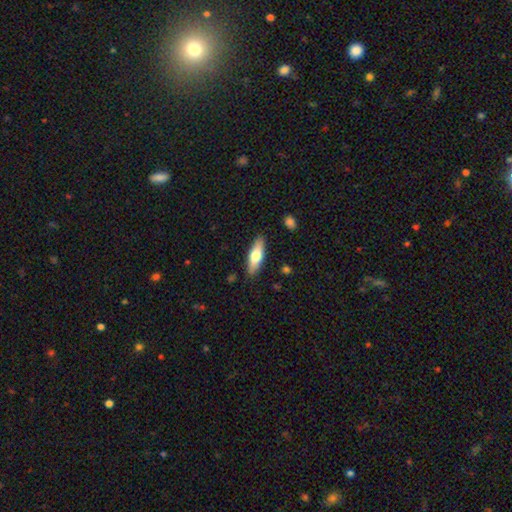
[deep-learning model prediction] Smooth or featured: smooth — 63% (featured or disk — 31%)
How rounded: in between — 52% (cigar-shaped — 46%)
Merging: none — 88% (minor disturbance — 9%)